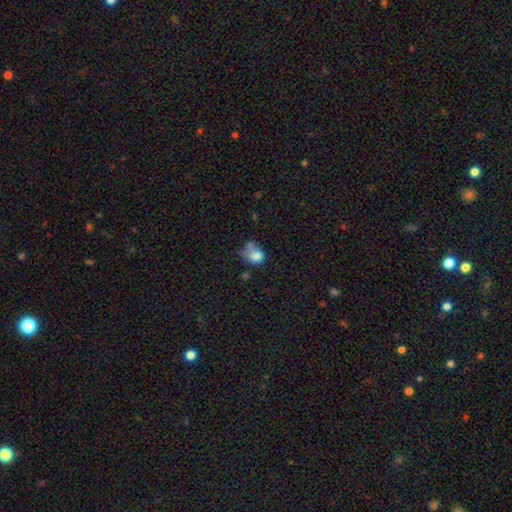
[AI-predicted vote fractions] Smooth or featured? smooth (72%)
How rounded? in between (58%)
Merging? minor disturbance (27%)